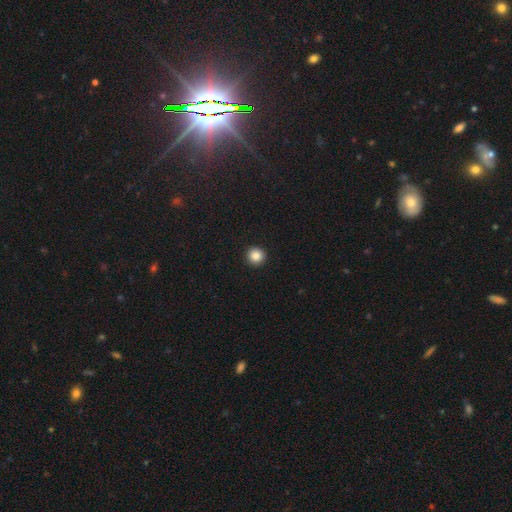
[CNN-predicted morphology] smooth 87%, star or artifact 10%, featured or disk 3%. Down the decision tree: how rounded — round (96%); merging — none (93%).